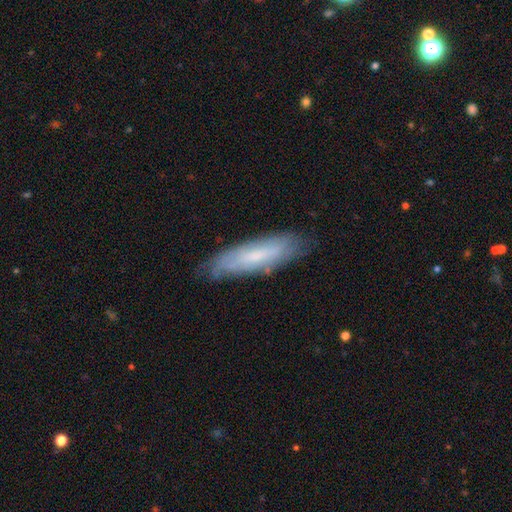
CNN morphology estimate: Q: Smooth or featured?
A: smooth (51%); runner-up: featured or disk (42%)
Q: How rounded?
A: cigar-shaped (61%); runner-up: in between (37%)
Q: Merging?
A: none (77%); runner-up: minor disturbance (18%)